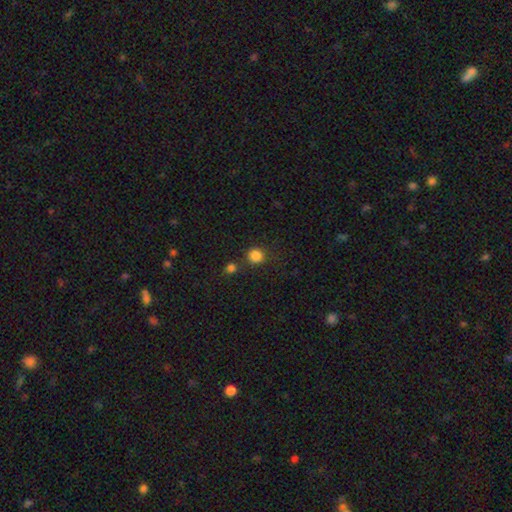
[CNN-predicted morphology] The model was most divided on "merging": none: 78%, merger: 9%, minor disturbance: 9%, major disturbance: 4%. More confident: how rounded — round (91%); smooth or featured — smooth (84%).